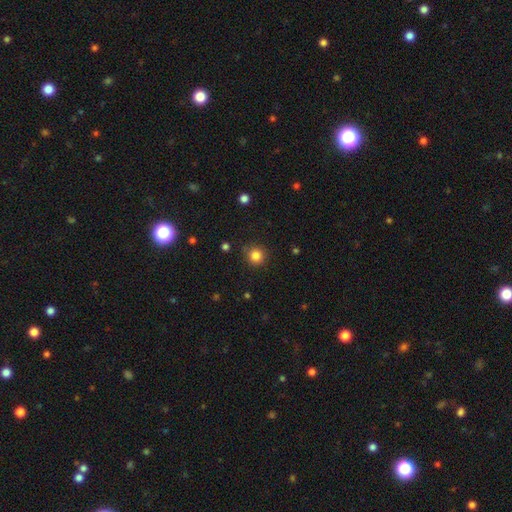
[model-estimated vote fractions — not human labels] A smooth galaxy with no disk features (84%) that is round (94%). Merging: none (85%).